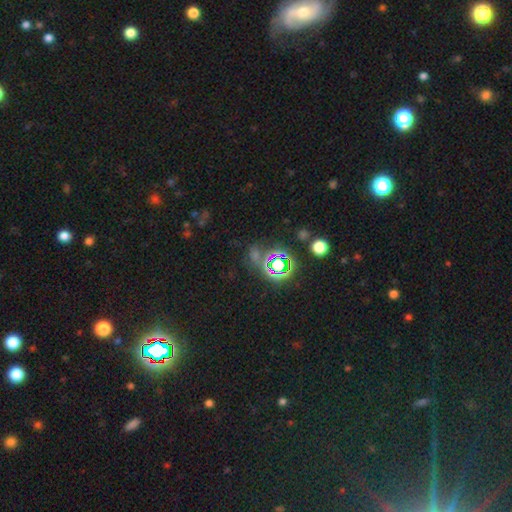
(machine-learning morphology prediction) star or artifact 72%, smooth 18%, featured or disk 10%.